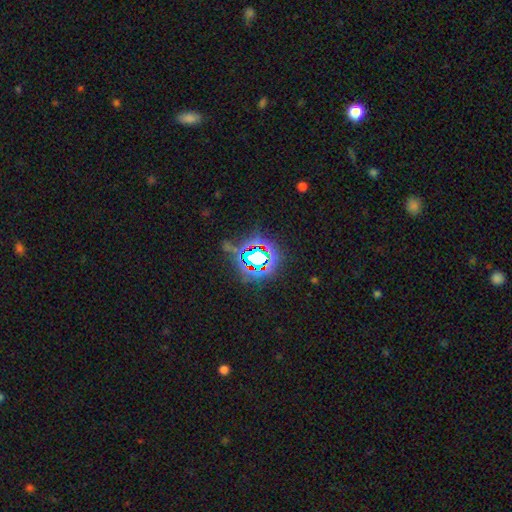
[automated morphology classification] smooth-or-featured: star or artifact: 79% | smooth: 13% | featured or disk: 8%